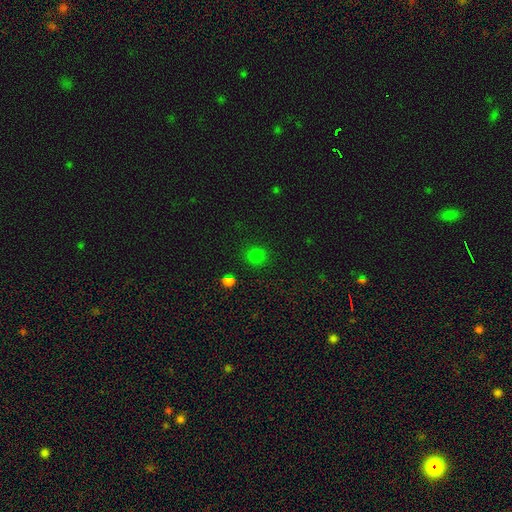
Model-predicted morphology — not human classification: This is likely a smooth galaxy (77%). How rounded: clearly round (89%). Merging: clearly none (88%).